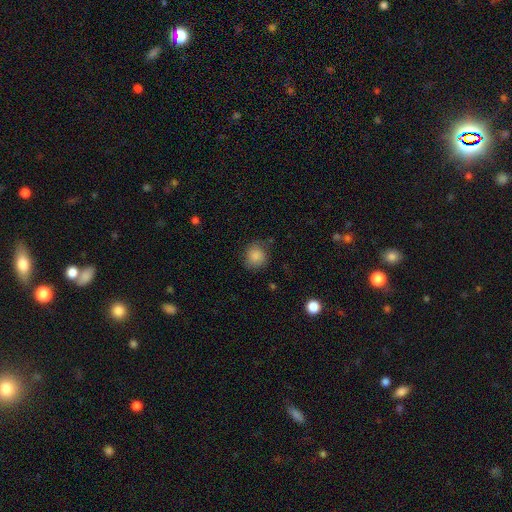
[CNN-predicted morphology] smooth_or_featured: smooth (p=0.85) [alt: star or artifact p=0.09]
how_rounded: round (p=0.85) [alt: in between p=0.14]
merging: none (p=0.74) [alt: minor disturbance p=0.19]